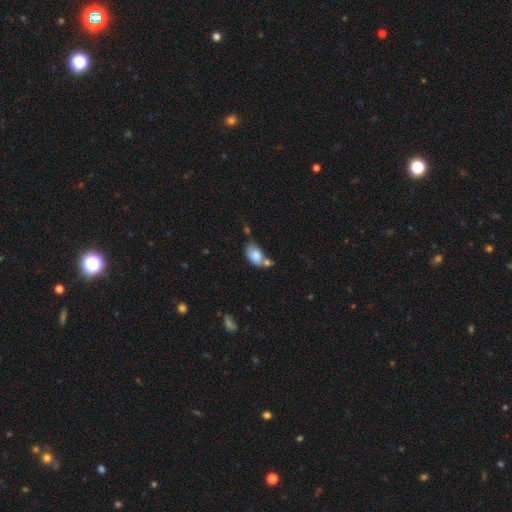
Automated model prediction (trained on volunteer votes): smooth 80%, featured or disk 12%, star or artifact 7%. Down the decision tree: how rounded — in between (90%); merging — merger (37%).